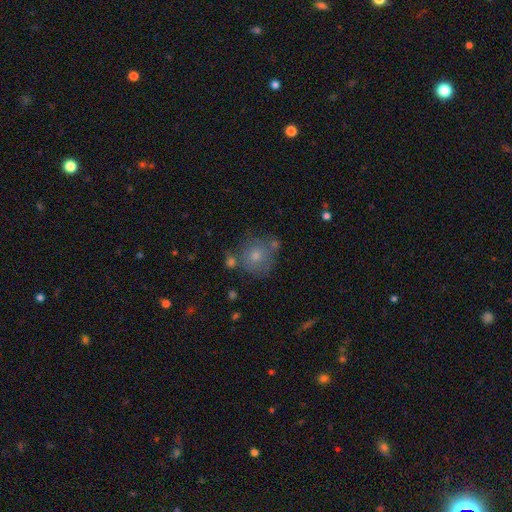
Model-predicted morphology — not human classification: A smooth galaxy with no disk features (58%) that is round (91%).

Vote fractions:
- Smooth or featured? smooth: 58% / featured or disk: 24% / star or artifact: 18%
- How rounded? round: 91% / in between: 8% / cigar-shaped: 1%
- Merging? none: 71% / minor disturbance: 14% / merger: 10% / major disturbance: 5%